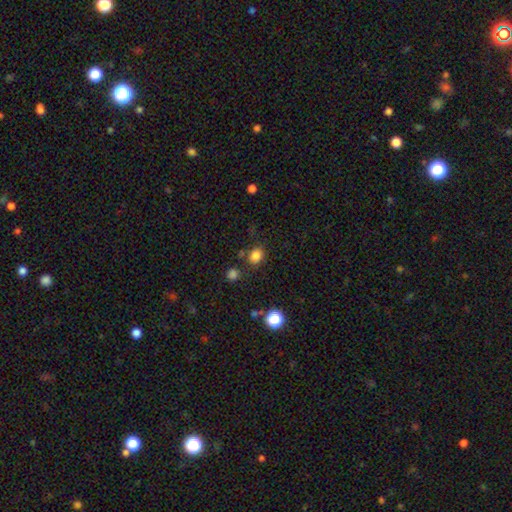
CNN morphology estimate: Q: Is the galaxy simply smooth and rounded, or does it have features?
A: smooth — 81%.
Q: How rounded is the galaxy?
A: round — 60%.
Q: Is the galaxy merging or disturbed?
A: none — 76%.